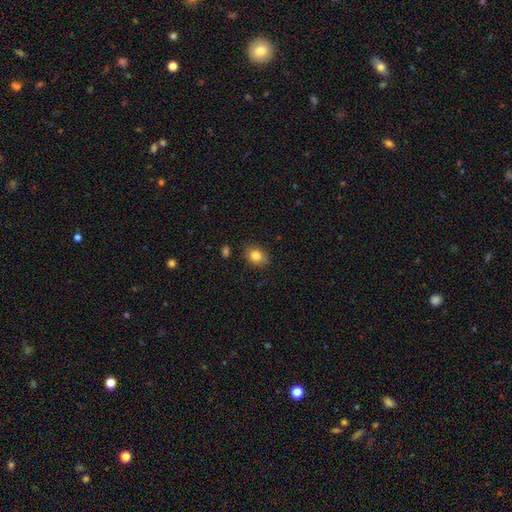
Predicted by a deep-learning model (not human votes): A smooth galaxy with no disk features (82%) that is in between round and cigar-shaped (58%). Merging: none (80%).